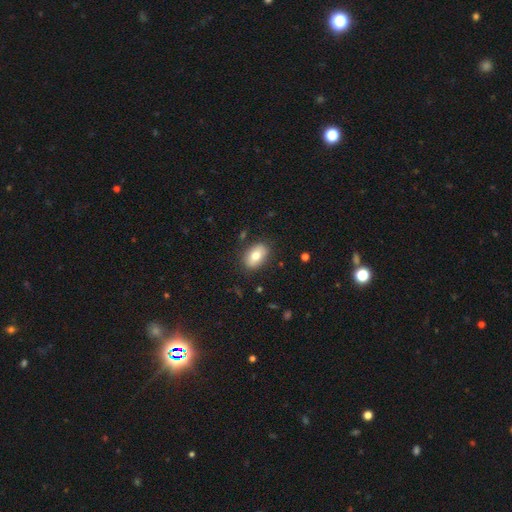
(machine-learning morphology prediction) smooth-or-featured: smooth: 77% | featured or disk: 16% | star or artifact: 8%
  how-rounded: in between: 87% | round: 12% | cigar-shaped: 2%
  merging: none: 85% | minor disturbance: 11% | major disturbance: 3% | merger: 1%